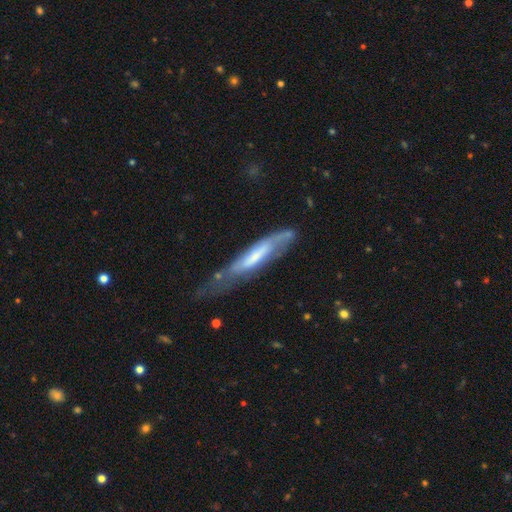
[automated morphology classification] smooth-or-featured: featured or disk: 56% | smooth: 38% | star or artifact: 6%
  disk-edge-on: yes: 54% | no: 46%
  merging: none: 40% | minor disturbance: 31% | major disturbance: 24% | merger: 5%